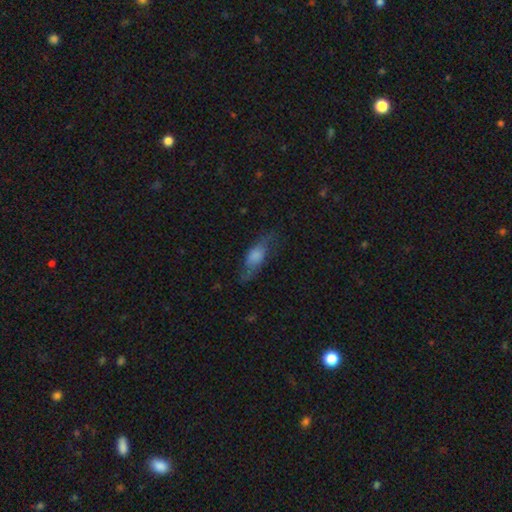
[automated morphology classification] This appears to be a smooth galaxy with no disk features (52%) that is in between round and cigar-shaped (63%). Merging: none (66%).